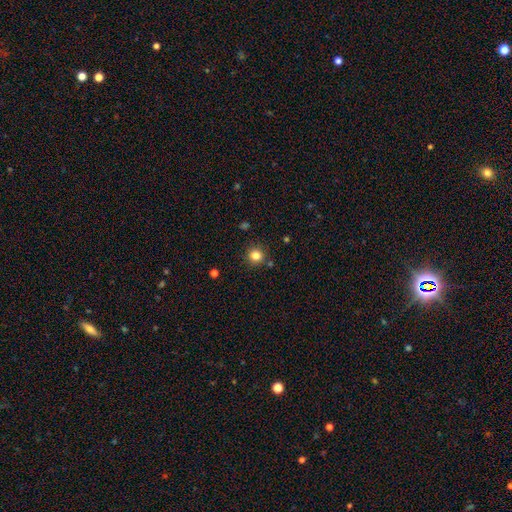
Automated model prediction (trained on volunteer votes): The model was most divided on "smooth or featured": smooth: 82%, star or artifact: 12%, featured or disk: 5%. More confident: how rounded — round (91%); merging — none (86%).